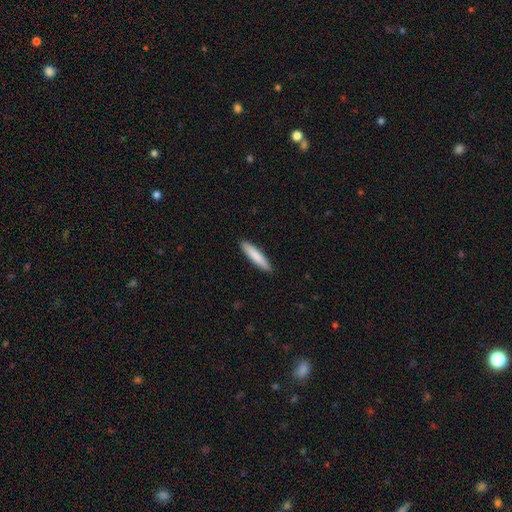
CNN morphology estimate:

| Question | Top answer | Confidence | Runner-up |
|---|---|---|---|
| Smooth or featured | smooth | 83% | featured or disk (12%) |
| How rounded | cigar-shaped | 88% | in between (11%) |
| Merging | none | 91% | minor disturbance (6%) |